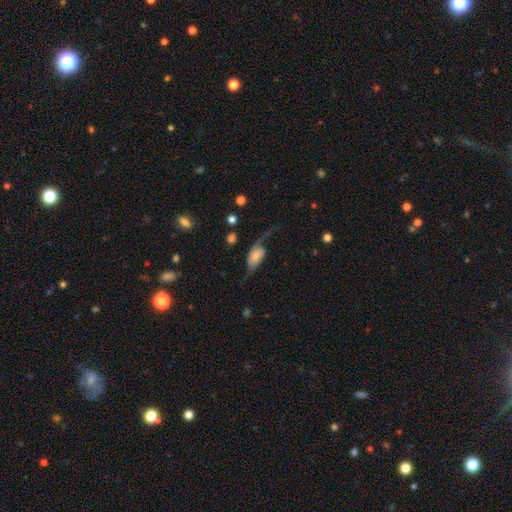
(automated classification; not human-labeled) featured or disk 69%, smooth 24%, star or artifact 7%. Down the decision tree: edge-on disk — no (91%); bar — no (62%); spiral arms — yes (90%); spiral arm count — 2 (86%); spiral winding — loose (77%); bulge size — small (45%); merging — none (46%).